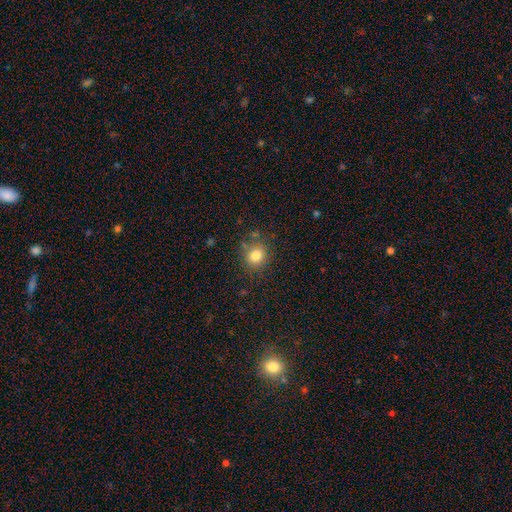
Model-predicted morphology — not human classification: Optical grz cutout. It shows a smooth galaxy with no disk features (81%) that is round (79%). Merging: none (80%).